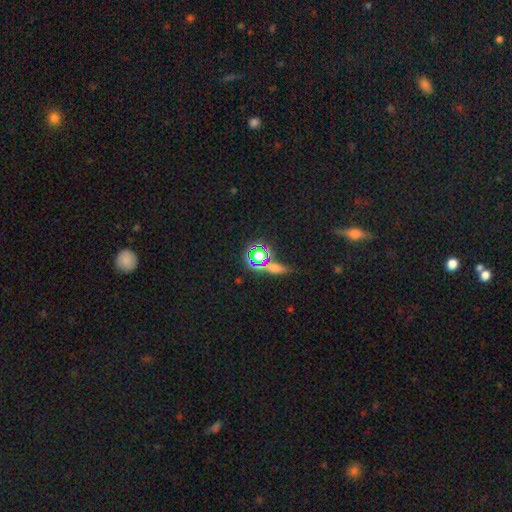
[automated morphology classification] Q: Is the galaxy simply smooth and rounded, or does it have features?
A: star or artifact — 68%.